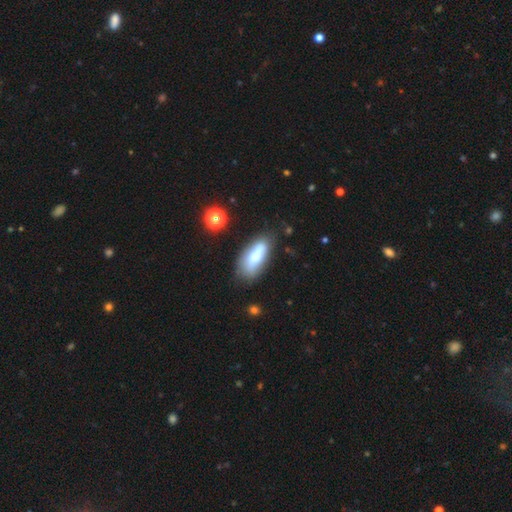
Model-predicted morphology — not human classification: Q: Smooth or featured?
A: smooth (68%); runner-up: featured or disk (23%)
Q: How rounded?
A: in between (74%); runner-up: cigar-shaped (23%)
Q: Merging?
A: none (65%); runner-up: minor disturbance (22%)